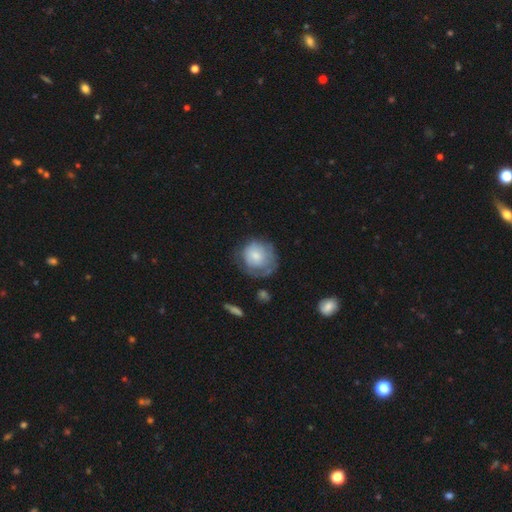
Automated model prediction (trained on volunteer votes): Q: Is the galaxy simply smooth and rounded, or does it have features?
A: smooth — 63%.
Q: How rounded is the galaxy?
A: round — 81%.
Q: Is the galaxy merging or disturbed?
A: none — 49%.